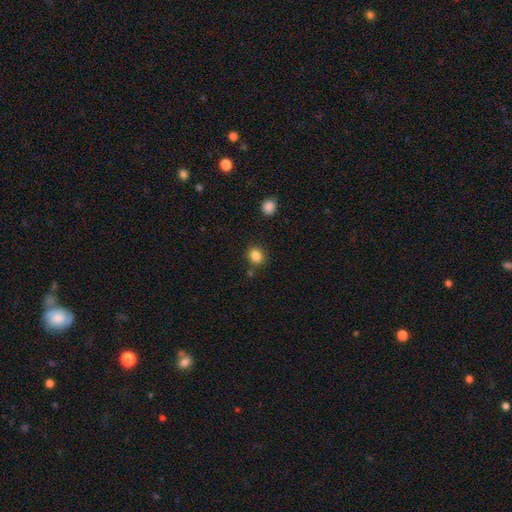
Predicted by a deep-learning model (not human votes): This is clearly a smooth galaxy (86%). How rounded: likely round (73%). Merging: clearly none (82%).